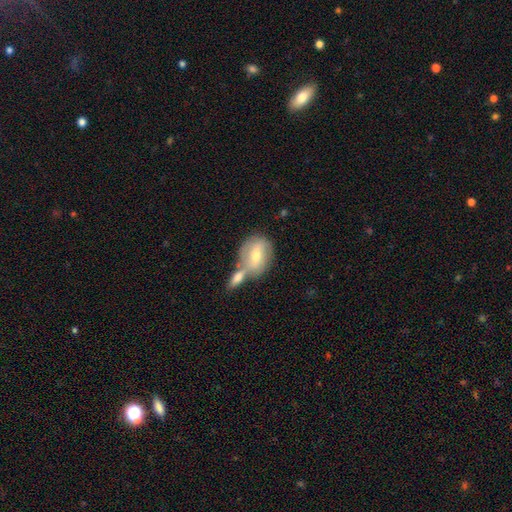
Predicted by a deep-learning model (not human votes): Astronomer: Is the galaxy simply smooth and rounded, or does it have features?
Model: smooth — 53% (runner-up: featured or disk, 40%).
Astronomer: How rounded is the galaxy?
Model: in between — 49% (runner-up: round, 48%).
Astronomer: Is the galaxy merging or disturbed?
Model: merger — 46% (runner-up: none, 38%).